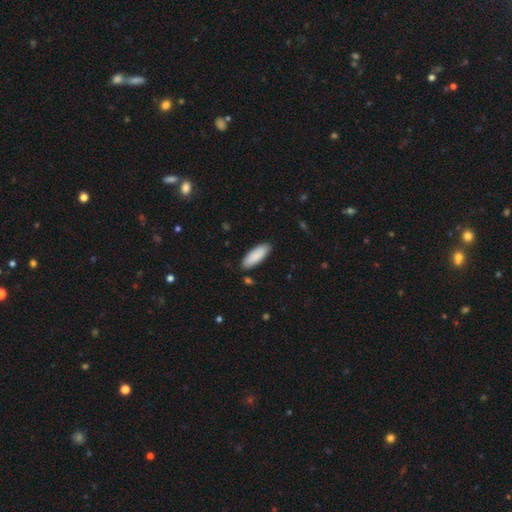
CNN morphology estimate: A smooth galaxy with no disk features (89%) that is in between round and cigar-shaped (72%). Merging: none (87%).